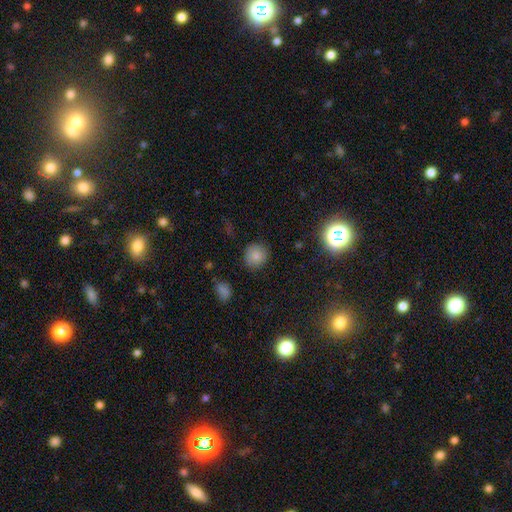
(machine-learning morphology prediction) type=smooth (80%); roundness=round (89%); merging=none (86%).